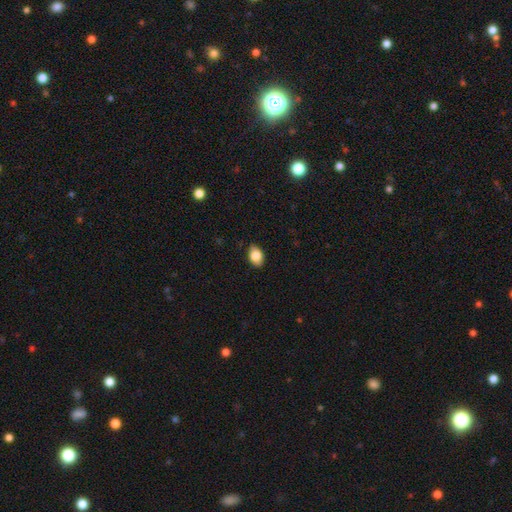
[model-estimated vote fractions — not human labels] smooth 83%, featured or disk 9%, star or artifact 8%. Down the decision tree: how rounded — in between (82%); merging — none (81%).